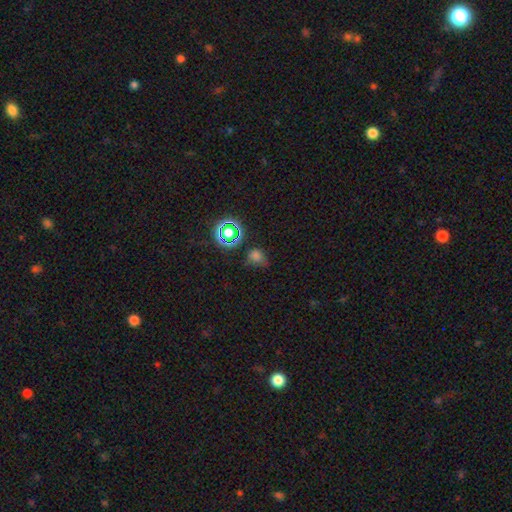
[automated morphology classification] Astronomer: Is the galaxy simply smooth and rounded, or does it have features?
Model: smooth — 61%.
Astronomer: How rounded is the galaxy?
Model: round — 58% (runner-up: in between, 40%).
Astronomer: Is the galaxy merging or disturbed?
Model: none — 56%.